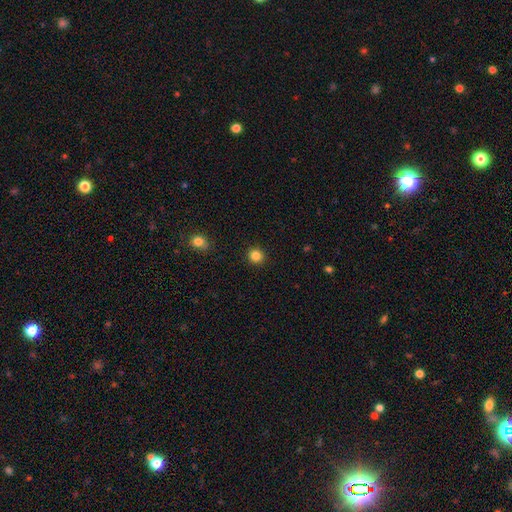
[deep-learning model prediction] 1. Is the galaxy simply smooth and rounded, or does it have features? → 84% smooth, 11% star or artifact, 4% featured or disk.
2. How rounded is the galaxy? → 93% round, 6% in between, 1% cigar-shaped.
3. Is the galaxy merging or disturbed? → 92% none, 5% minor disturbance, 2% major disturbance, 1% merger.